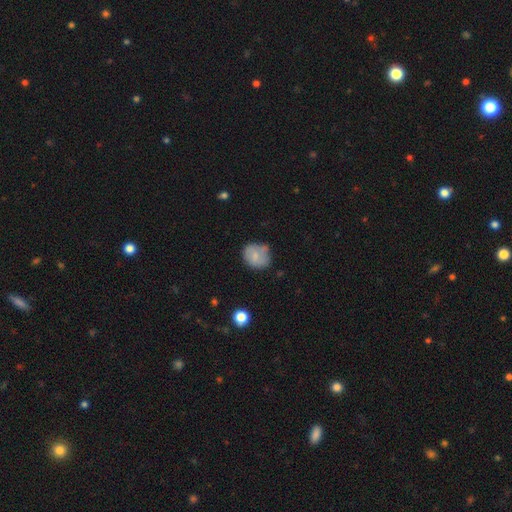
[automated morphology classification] type=smooth (71%); roundness=round (73%); merging=none (55%).